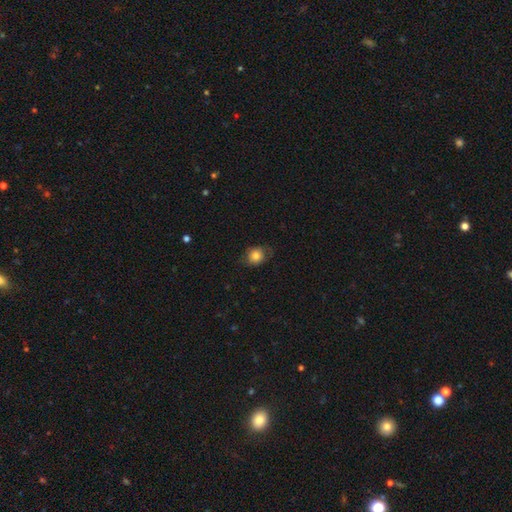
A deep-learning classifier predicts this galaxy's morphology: Smooth or featured? smooth (80%)
How rounded? round (65%)
Merging? none (70%)